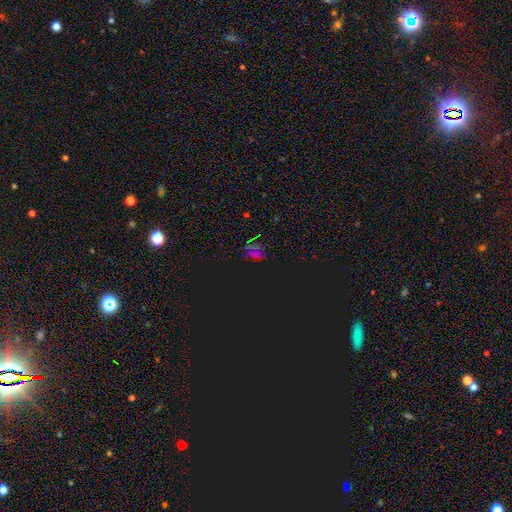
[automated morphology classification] Overall: star or artifact (69%).